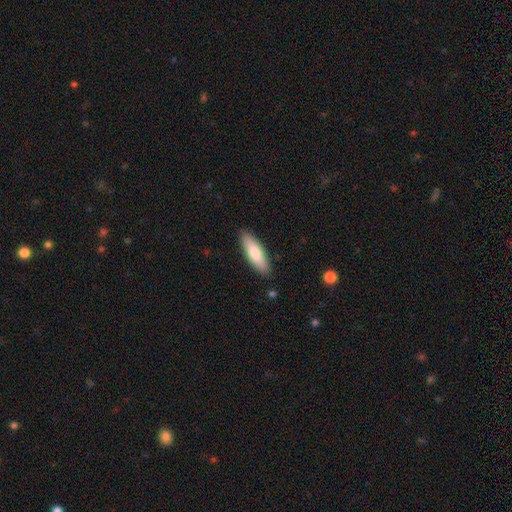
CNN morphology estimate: Smooth or featured? smooth (80%)
How rounded? in between (50%)
Merging? none (87%)